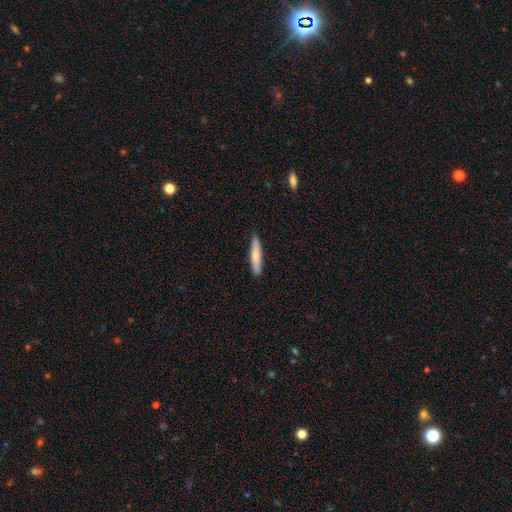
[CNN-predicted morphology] smooth_or_featured: smooth (p=0.73) [alt: featured or disk p=0.22]
how_rounded: cigar-shaped (p=0.88) [alt: in between p=0.11]
merging: none (p=0.88) [alt: minor disturbance p=0.09]